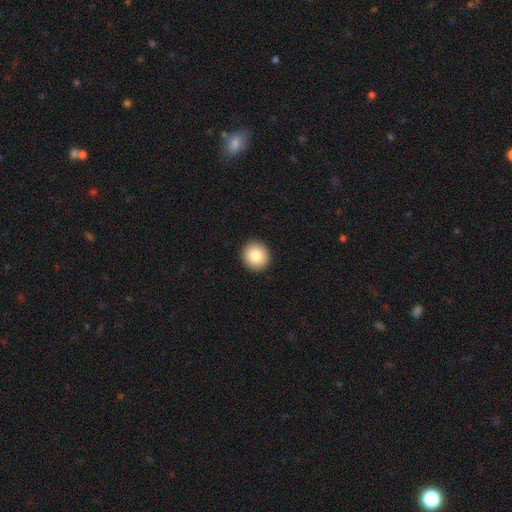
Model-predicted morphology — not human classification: Smooth or featured: smooth — 84% (star or artifact — 8%)
How rounded: round — 92% (in between — 7%)
Merging: none — 93% (minor disturbance — 4%)